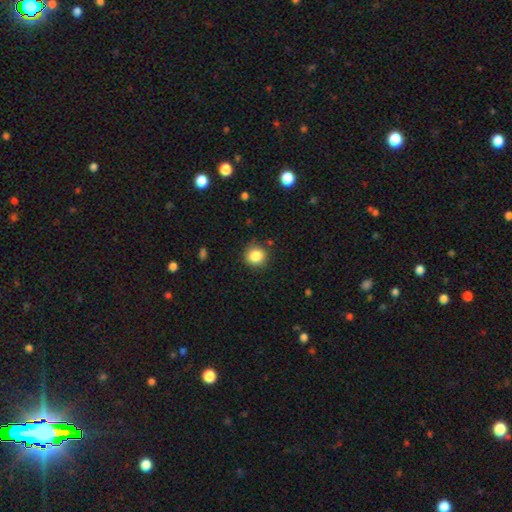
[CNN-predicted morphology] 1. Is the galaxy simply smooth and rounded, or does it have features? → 85% smooth, 10% star or artifact, 5% featured or disk.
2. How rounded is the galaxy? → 88% round, 11% in between, 1% cigar-shaped.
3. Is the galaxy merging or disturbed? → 87% none, 9% minor disturbance, 3% major disturbance, 2% merger.